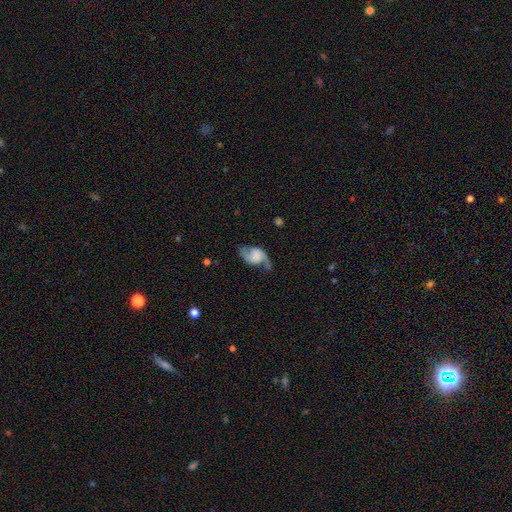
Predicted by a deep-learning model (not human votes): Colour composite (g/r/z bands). It shows a featured or disk galaxy (76%) with no bar (58%), 2 (91%) loose (59%) spiral arms (94%) and no central bulge (57%). Merging: none (61%).